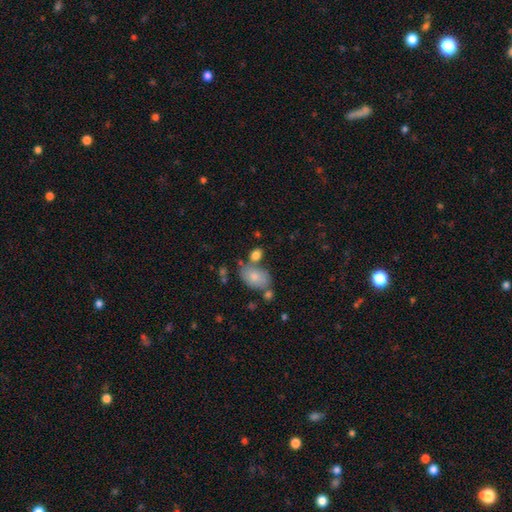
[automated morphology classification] smooth_or_featured: smooth (p=0.81) [alt: featured or disk p=0.10]
how_rounded: in between (p=0.77) [alt: round p=0.21]
merging: none (p=0.56) [alt: merger p=0.23]